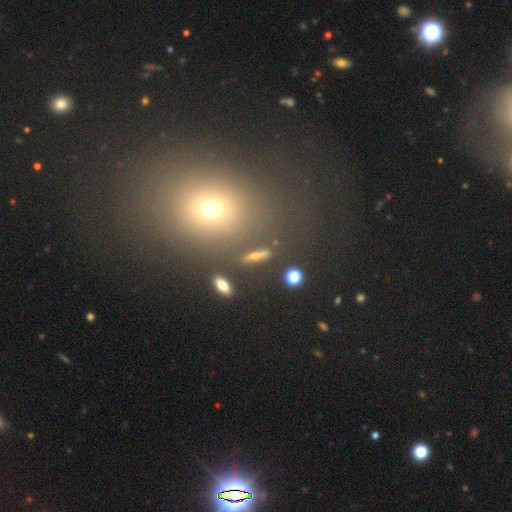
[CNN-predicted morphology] The model was most divided on "how rounded": round: 53%, in between: 44%, cigar-shaped: 3%. More confident: merging — none (75%); smooth or featured — smooth (55%).